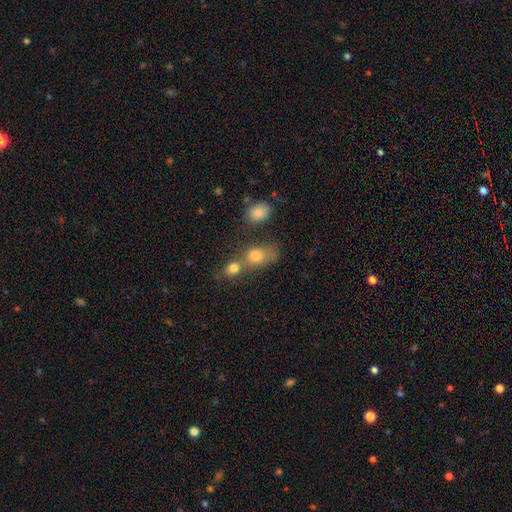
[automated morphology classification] smooth-or-featured: smooth: 75% | star or artifact: 14% | featured or disk: 12%
  how-rounded: in between: 51% | round: 46% | cigar-shaped: 3%
  merging: merger: 47% | none: 35% | minor disturbance: 11% | major disturbance: 7%